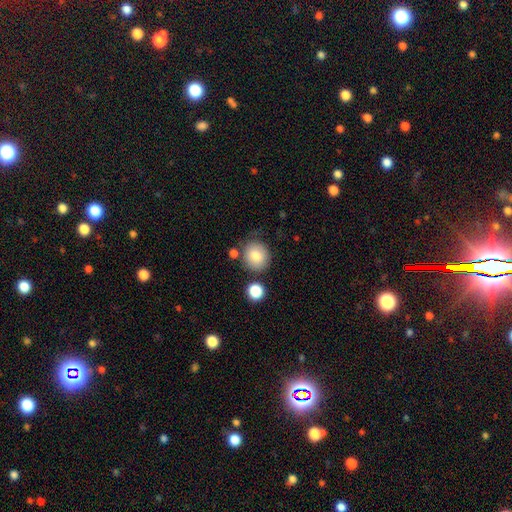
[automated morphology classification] This is clearly a smooth galaxy (81%). How rounded: clearly round (84%). Merging: likely none (76%).